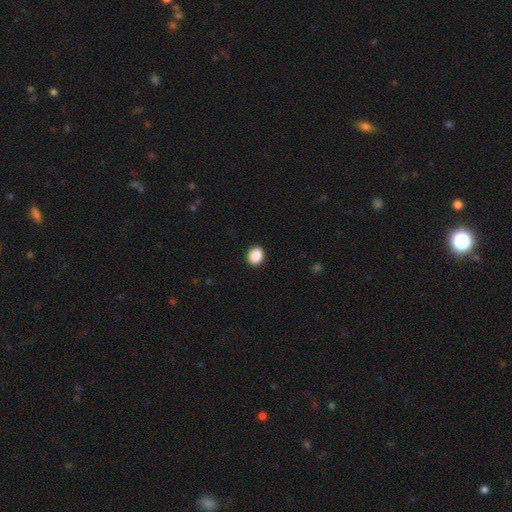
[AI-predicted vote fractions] Smooth or featured? Predicted: smooth (p=0.89). How rounded? Predicted: round (p=0.67). Merging? Predicted: none (p=0.92).